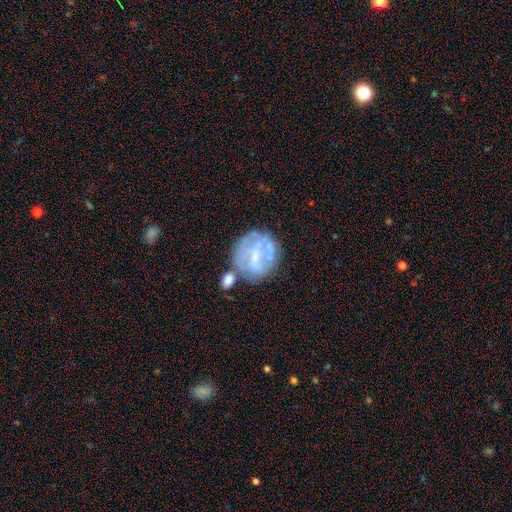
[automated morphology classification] Smooth or featured? featured or disk (67%)
Edge-on disk? no (98%)
Bar? no (48%)
Spiral arms? no (54%)
Bulge size? small (52%)
Merging? none (53%)